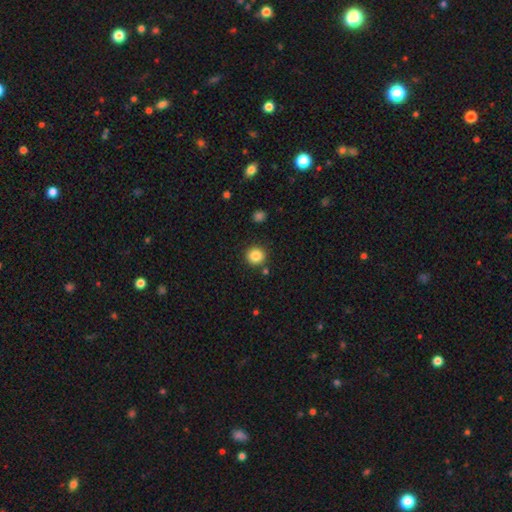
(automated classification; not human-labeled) This is clearly a smooth galaxy (86%). How rounded: clearly round (93%). Merging: clearly none (87%).